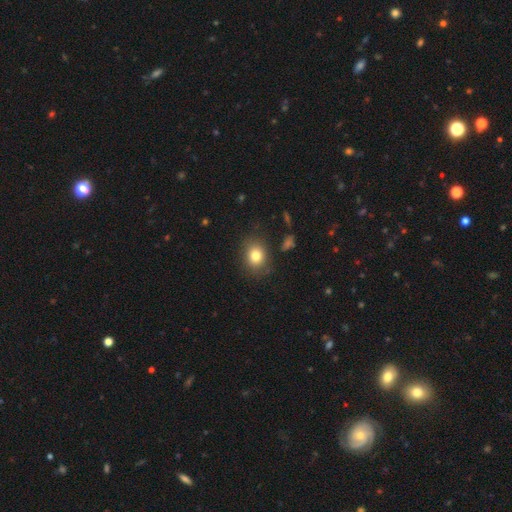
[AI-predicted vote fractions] smooth 80%, star or artifact 11%, featured or disk 9%. Down the decision tree: how rounded — round (57%); merging — none (80%).